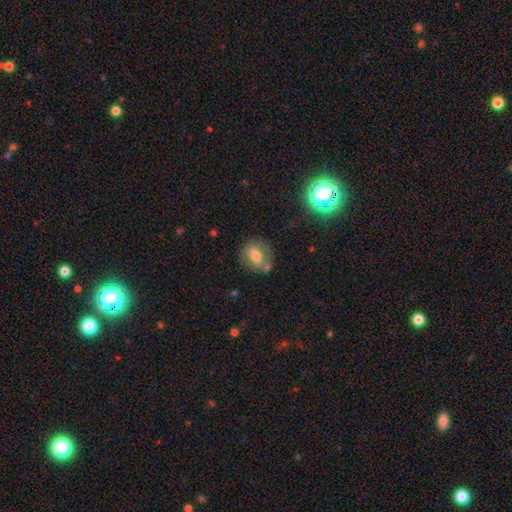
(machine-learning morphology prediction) A smooth galaxy with no disk features (60%) that is round (60%).

Vote fractions:
- Smooth or featured? smooth: 60% / featured or disk: 29% / star or artifact: 11%
- How rounded? round: 60% / in between: 39% / cigar-shaped: 2%
- Merging? none: 61% / minor disturbance: 21% / merger: 10% / major disturbance: 9%